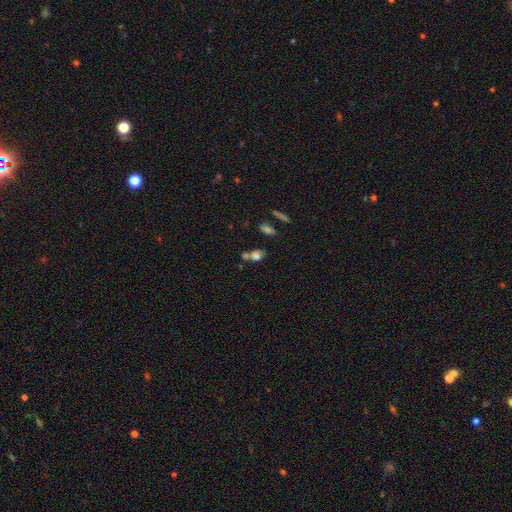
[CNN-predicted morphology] Overall: smooth (76%). How rounded: in between (59%; round 38%). Merging: merger (43%; none 40%).